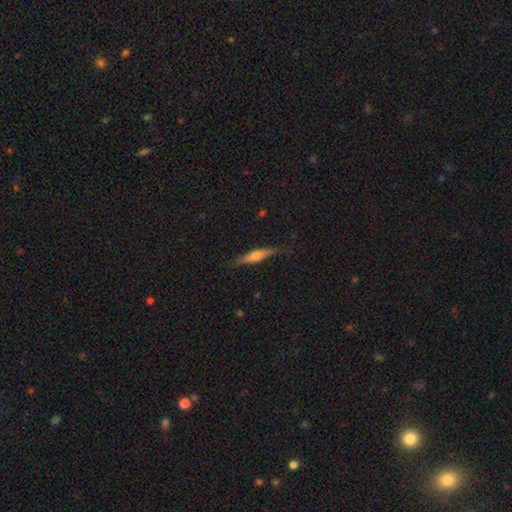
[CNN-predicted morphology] smooth-or-featured: smooth: 49% | featured or disk: 44% | star or artifact: 6%
  merging: none: 81% | minor disturbance: 15% | major disturbance: 3% | merger: 1%